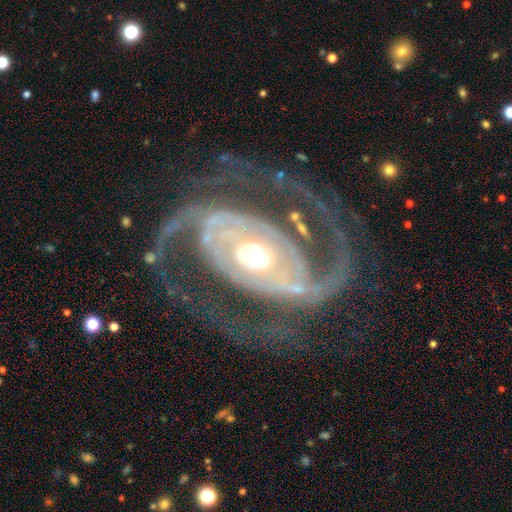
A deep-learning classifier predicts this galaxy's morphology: The model was most divided on "spiral winding": medium: 51%, tight: 32%, loose: 17%. More confident: spiral arms — yes (97%); edge-on disk — no (97%); smooth or featured — featured or disk (93%); spiral arm count — 2 (84%); merging — none (70%); bulge size — moderate (66%); bar — no (55%).